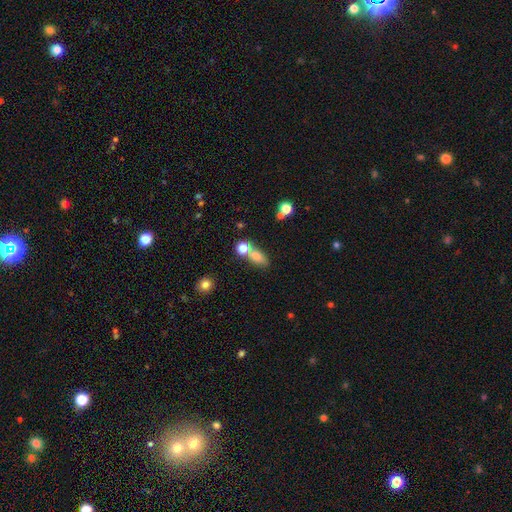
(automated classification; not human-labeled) The model was most divided on "merging": none: 48%, merger: 34%, minor disturbance: 12%, major disturbance: 6%. More confident: smooth or featured — smooth (73%); how rounded — in between (68%).